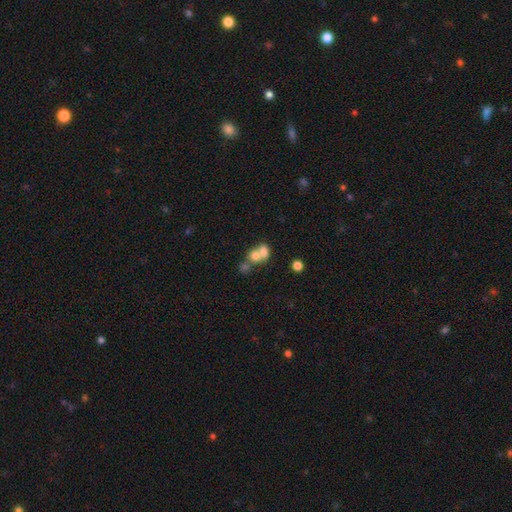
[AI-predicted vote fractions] Smooth or featured? smooth (68%)
How rounded? round (62%)
Merging? merger (70%)